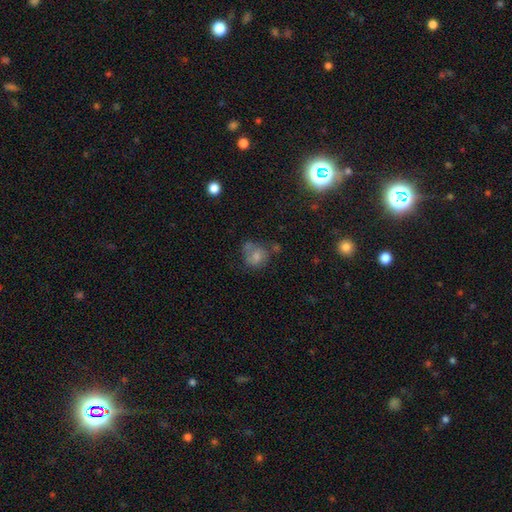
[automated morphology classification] Smooth or featured: smooth — 62% (featured or disk — 25%)
How rounded: round — 63% (in between — 36%)
Merging: none — 38% (minor disturbance — 25%)